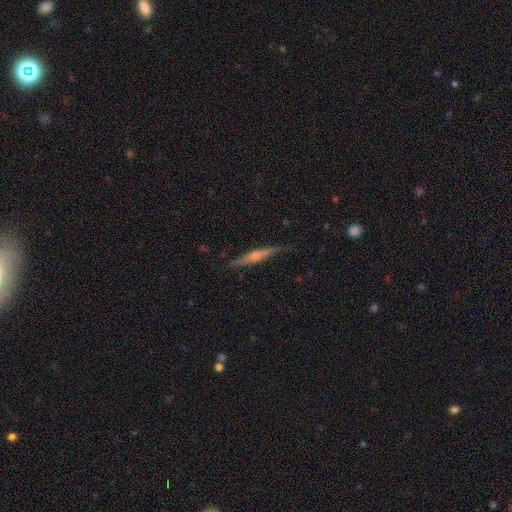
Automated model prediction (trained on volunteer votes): smooth_or_featured: featured or disk (p=0.71) [alt: smooth p=0.23]
disk_edge_on: yes (p=0.96) [alt: no p=0.04]
edge_on_bulge: rounded (p=0.79) [alt: none p=0.13]
merging: none (p=0.82) [alt: minor disturbance p=0.14]